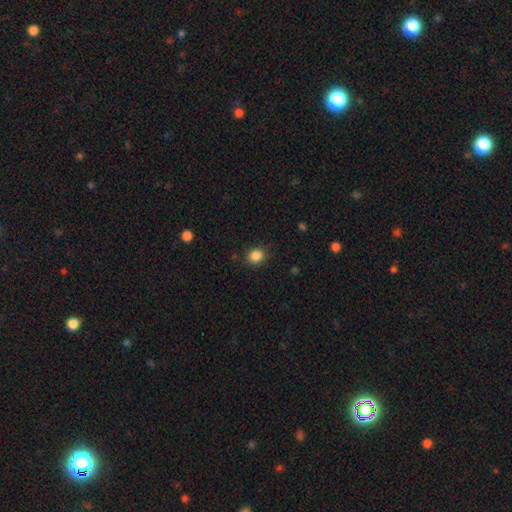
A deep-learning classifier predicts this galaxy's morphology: This is clearly a smooth galaxy (86%). How rounded: likely round (79%). Merging: clearly none (88%).